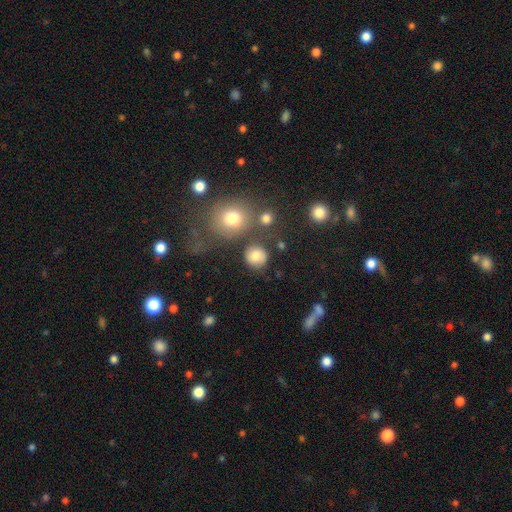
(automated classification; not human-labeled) The model was most divided on "merging": none: 75%, minor disturbance: 12%, merger: 7%, major disturbance: 6%. More confident: how rounded — round (88%); smooth or featured — smooth (79%).